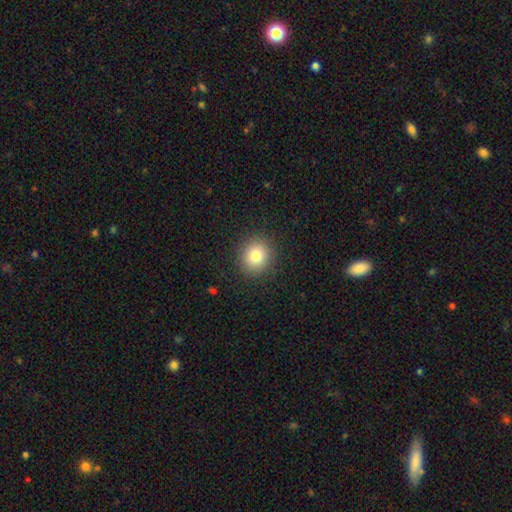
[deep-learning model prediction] Q: Smooth or featured?
A: smooth (80%); runner-up: star or artifact (12%)
Q: How rounded?
A: round (84%); runner-up: in between (15%)
Q: Merging?
A: none (90%); runner-up: minor disturbance (7%)